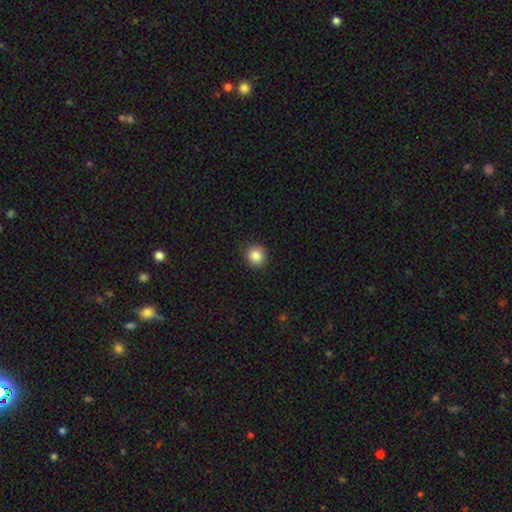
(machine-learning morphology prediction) This is clearly a smooth galaxy (86%). How rounded: clearly round (90%). Merging: clearly none (90%).